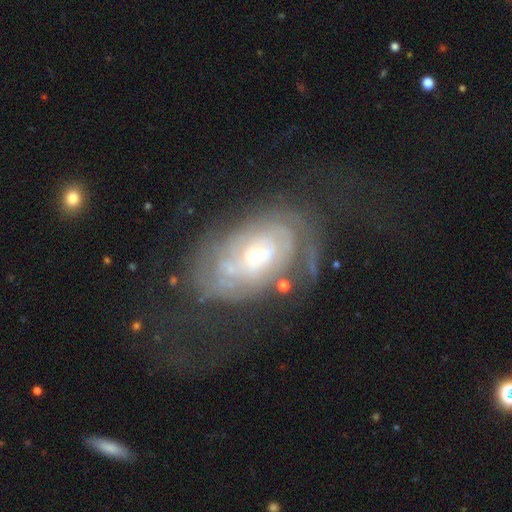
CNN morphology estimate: This appears to be a featured or disk galaxy (79%) with no bar (75%), tight (66%) spiral arms (82%) and a small central bulge (60%). Merging: none (49%).